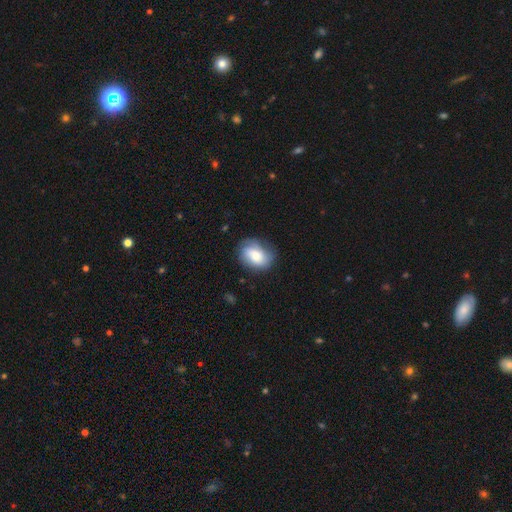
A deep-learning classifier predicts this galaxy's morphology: type=smooth (68%); roundness=in between (71%); merging=none (68%).